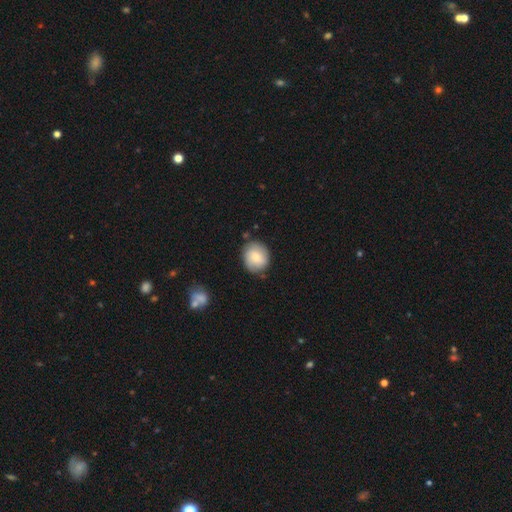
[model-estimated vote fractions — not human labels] Smooth or featured: smooth — 75% (featured or disk — 18%)
How rounded: round — 74% (in between — 25%)
Merging: none — 78% (minor disturbance — 16%)